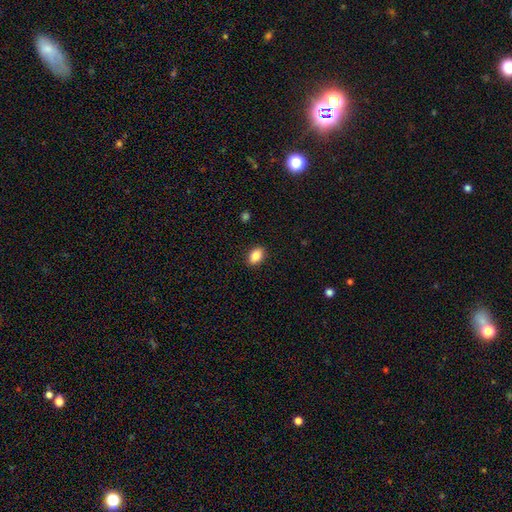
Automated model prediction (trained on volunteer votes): The model was most divided on "how rounded": in between: 85%, round: 13%, cigar-shaped: 2%. More confident: merging — none (90%); smooth or featured — smooth (85%).